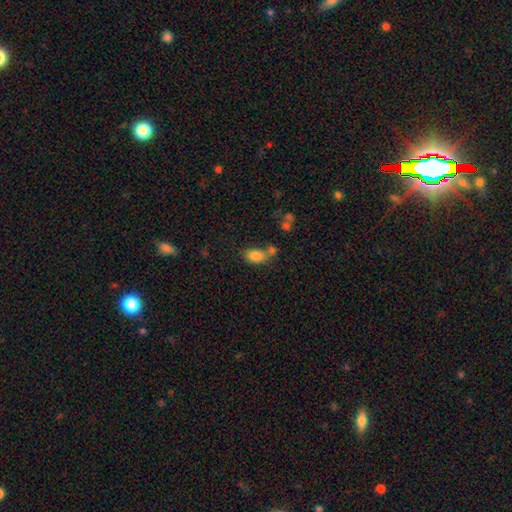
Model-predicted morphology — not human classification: Smooth or featured? smooth (83%)
How rounded? in between (86%)
Merging? none (47%)